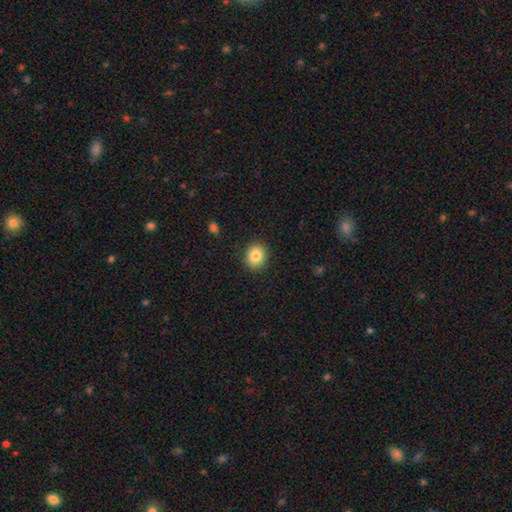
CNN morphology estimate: Smooth or featured? Predicted: smooth (p=0.84). How rounded? Predicted: round (p=0.70). Merging? Predicted: none (p=0.90).